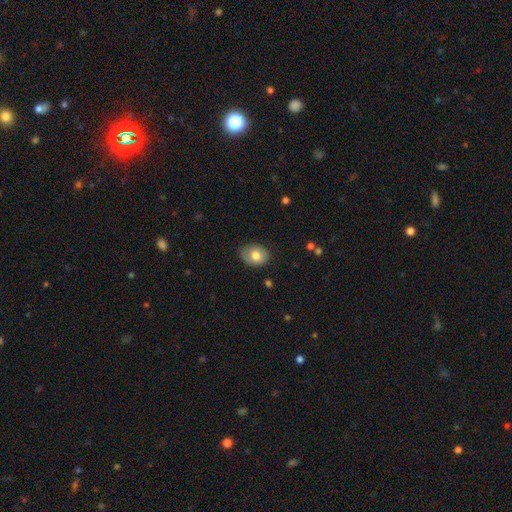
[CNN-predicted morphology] A smooth galaxy with no disk features (73%) that is in between round and cigar-shaped (61%). Merging: none (80%).